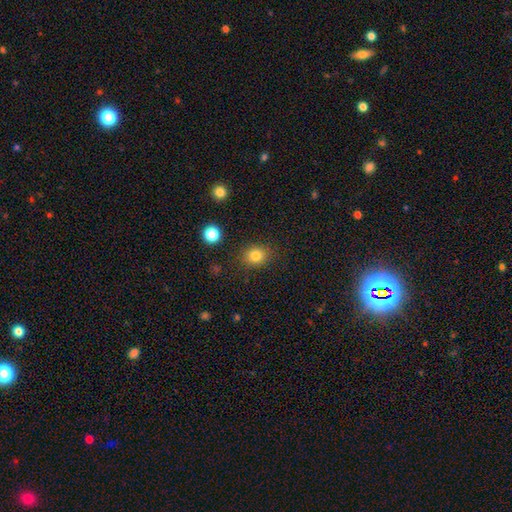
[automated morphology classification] smooth 83%, star or artifact 12%, featured or disk 6%. Down the decision tree: how rounded — round (66%); merging — none (85%).